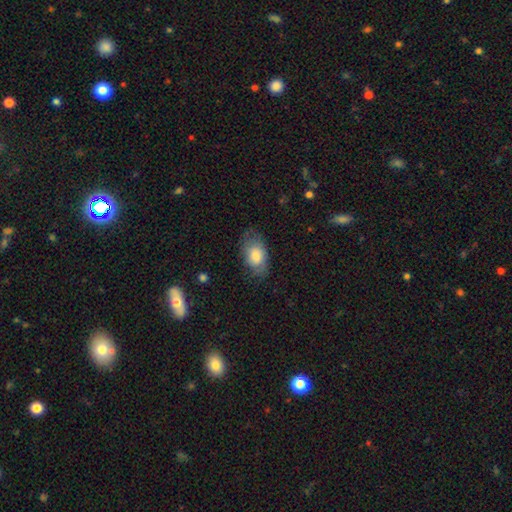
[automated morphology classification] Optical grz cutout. It shows a smooth galaxy with no disk features (73%) that is in between round and cigar-shaped (89%). Merging: none (66%).